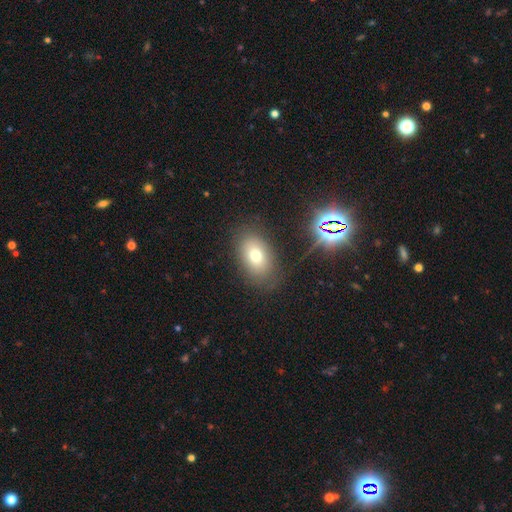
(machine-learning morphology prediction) This is likely a smooth galaxy (71%). How rounded: clearly in between (84%). Merging: clearly none (81%).